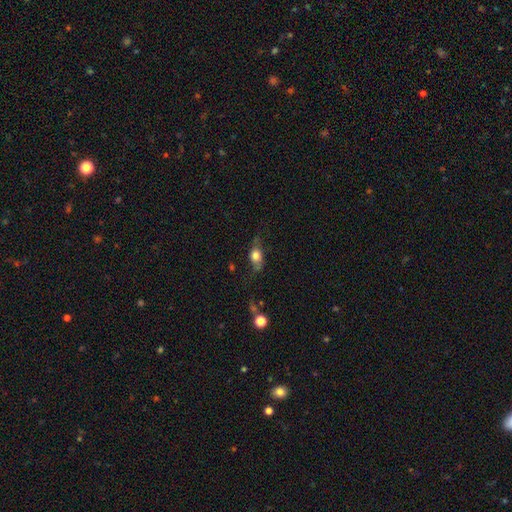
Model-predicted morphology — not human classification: The model was most divided on "merging": none: 54%, minor disturbance: 27%, major disturbance: 16%, merger: 3%. More confident: smooth or featured — smooth (65%); how rounded — in between (64%).